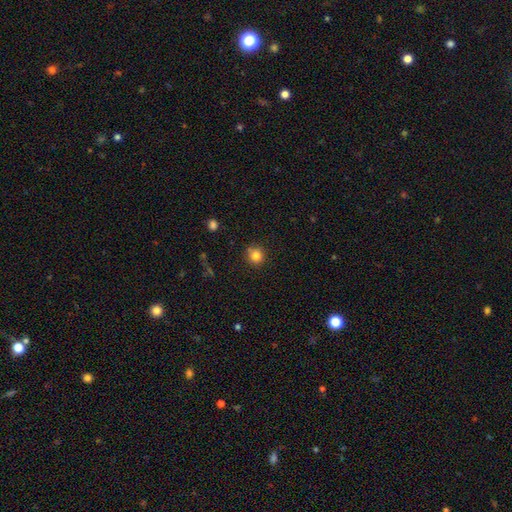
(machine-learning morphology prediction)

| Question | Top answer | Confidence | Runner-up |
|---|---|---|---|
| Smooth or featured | smooth | 82% | star or artifact (12%) |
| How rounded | round | 91% | in between (8%) |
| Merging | none | 85% | minor disturbance (10%) |